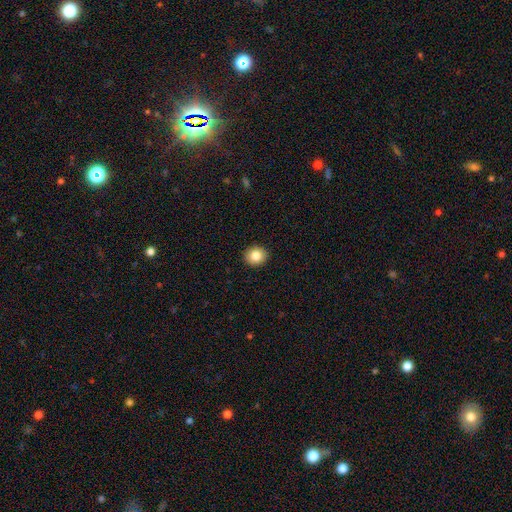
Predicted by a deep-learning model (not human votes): Smooth or featured? Predicted: smooth (p=0.85). How rounded? Predicted: round (p=0.77). Merging? Predicted: none (p=0.92).